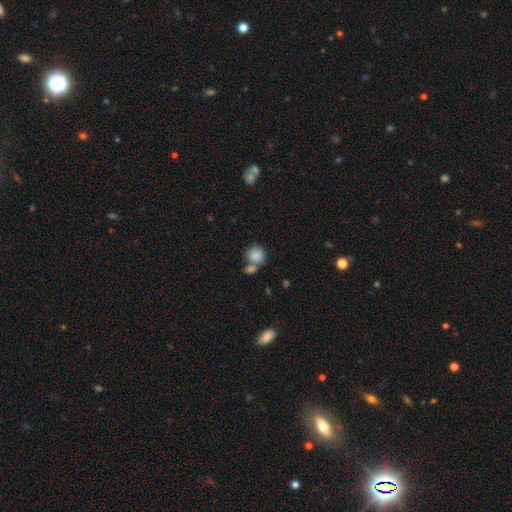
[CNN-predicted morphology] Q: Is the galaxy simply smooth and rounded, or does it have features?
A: smooth — 85%.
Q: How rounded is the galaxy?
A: round — 84%.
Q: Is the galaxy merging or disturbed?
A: none — 45%.